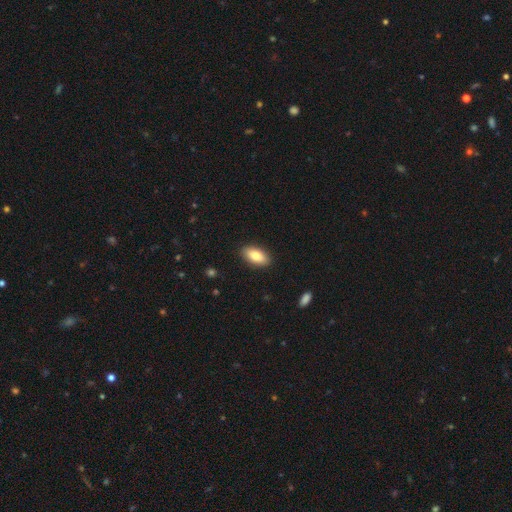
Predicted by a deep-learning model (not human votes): smooth-or-featured: smooth: 83% | featured or disk: 11% | star or artifact: 6%
  how-rounded: in between: 91% | cigar-shaped: 7% | round: 3%
  merging: none: 89% | minor disturbance: 8% | major disturbance: 2% | merger: 1%